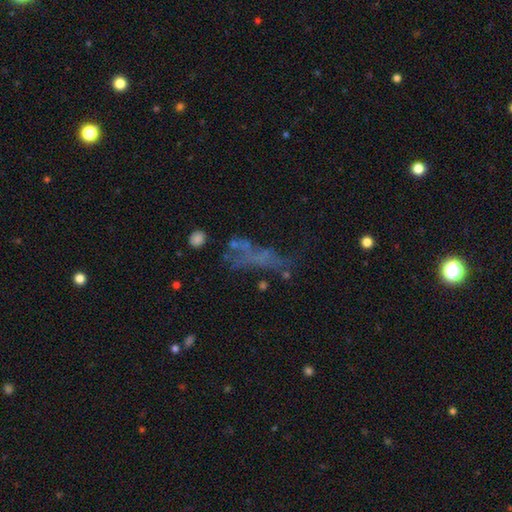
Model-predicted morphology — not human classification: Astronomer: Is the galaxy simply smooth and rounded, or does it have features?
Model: featured or disk — 39% (runner-up: star or artifact, 32%).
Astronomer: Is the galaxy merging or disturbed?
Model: none — 39% (runner-up: major disturbance, 33%).